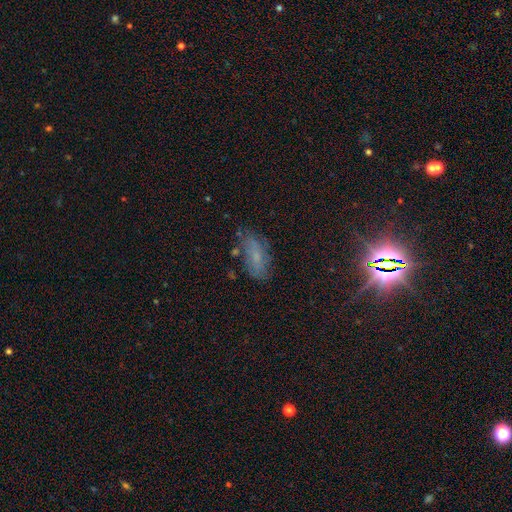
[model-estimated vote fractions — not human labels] Smooth or featured: smooth — 50% (featured or disk — 32%)
How rounded: in between — 82% (cigar-shaped — 14%)
Merging: none — 63% (minor disturbance — 23%)